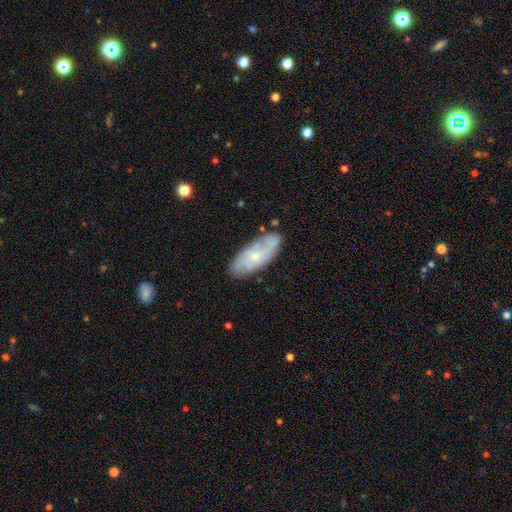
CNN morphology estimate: Q: Smooth or featured?
A: featured or disk (62%); runner-up: smooth (32%)
Q: Edge-on disk?
A: no (89%); runner-up: yes (11%)
Q: Bar?
A: no (70%); runner-up: weak (26%)
Q: Spiral arms?
A: yes (83%); runner-up: no (17%)
Q: Bulge size?
A: small (66%); runner-up: moderate (28%)
Q: Merging?
A: none (76%); runner-up: minor disturbance (18%)